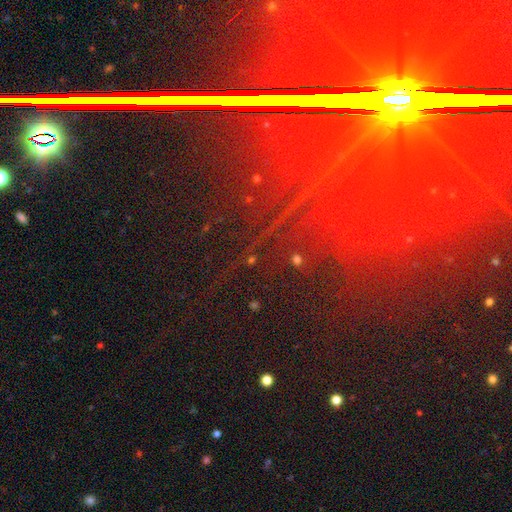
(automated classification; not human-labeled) Smooth or featured: star or artifact — 77% (featured or disk — 14%)